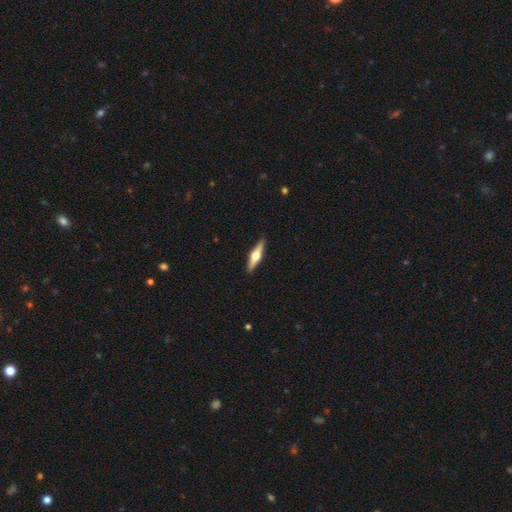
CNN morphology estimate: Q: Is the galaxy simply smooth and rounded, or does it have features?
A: featured or disk — 69%.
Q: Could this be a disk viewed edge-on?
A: yes — 97%.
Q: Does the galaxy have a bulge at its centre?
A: rounded — 95%.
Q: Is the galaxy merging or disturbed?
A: none — 90%.